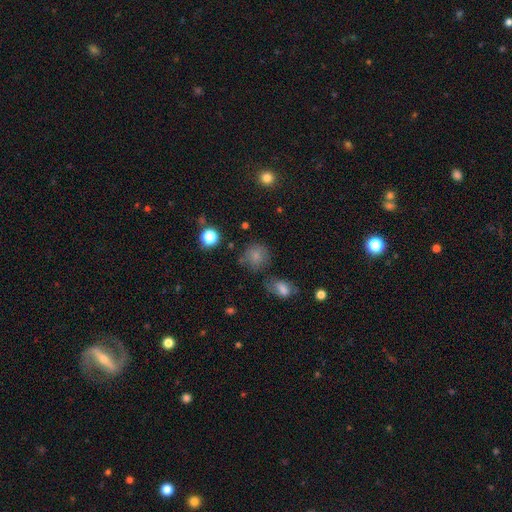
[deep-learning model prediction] Q: Smooth or featured?
A: smooth (77%); runner-up: star or artifact (13%)
Q: How rounded?
A: round (81%); runner-up: in between (18%)
Q: Merging?
A: none (60%); runner-up: minor disturbance (21%)